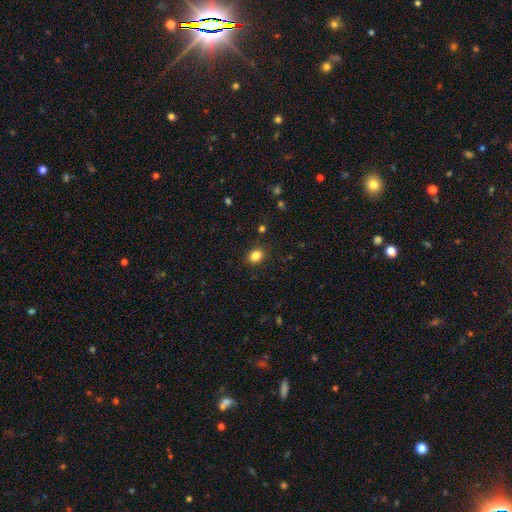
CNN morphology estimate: This appears to be a smooth galaxy with no disk features (84%) that is round (54%). Merging: none (88%).